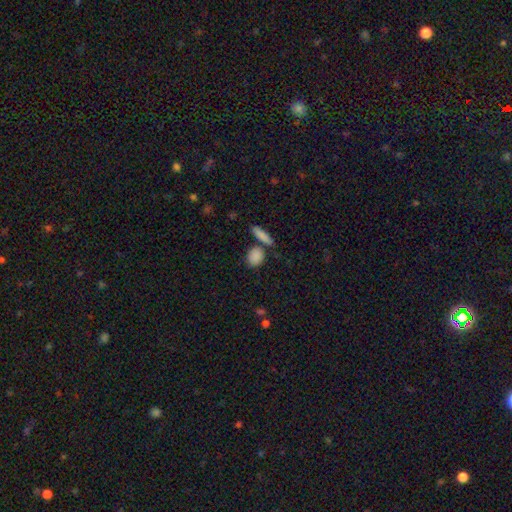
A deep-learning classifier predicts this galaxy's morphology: Smooth or featured?
  - smooth: 87% *
  - star or artifact: 8%
  - featured or disk: 6%
How rounded?
  - round: 53% *
  - in between: 39%
  - cigar-shaped: 7%
Merging?
  - none: 71% *
  - merger: 15%
  - minor disturbance: 10%
  - major disturbance: 3%